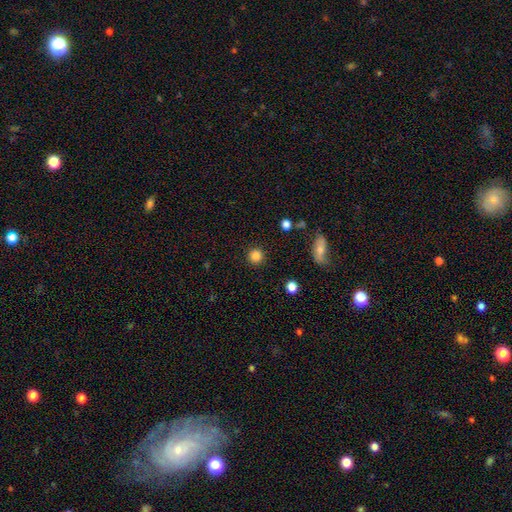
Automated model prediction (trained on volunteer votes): smooth_or_featured: smooth (p=0.84) [alt: star or artifact p=0.12]
how_rounded: round (p=0.94) [alt: in between p=0.05]
merging: none (p=0.91) [alt: minor disturbance p=0.05]